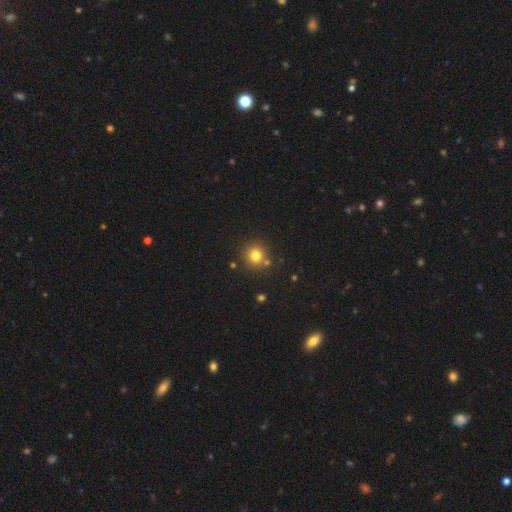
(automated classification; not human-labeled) Smooth or featured? smooth (79%)
How rounded? round (92%)
Merging? none (80%)